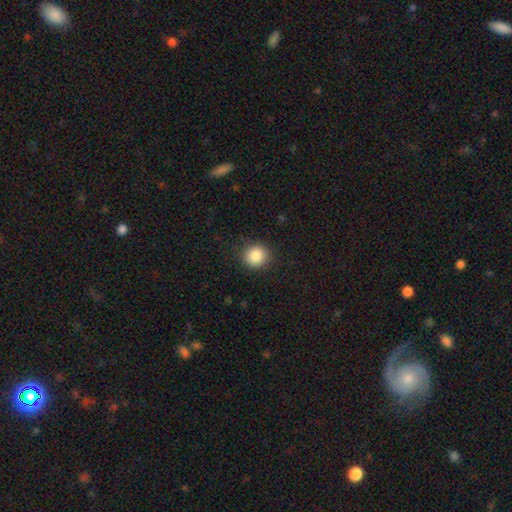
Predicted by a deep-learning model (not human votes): smooth 87%, star or artifact 9%, featured or disk 4%. Down the decision tree: how rounded — round (89%); merging — none (89%).